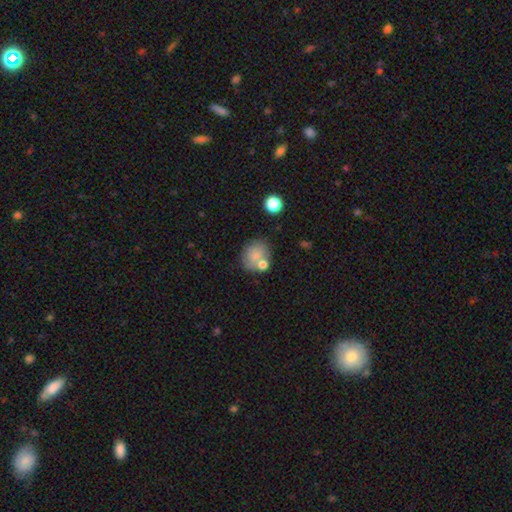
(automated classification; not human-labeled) A smooth galaxy with no disk features (75%) that is round (65%). Merging: none (56%).